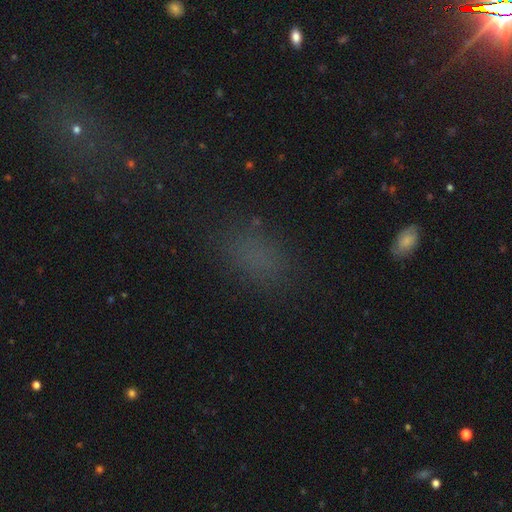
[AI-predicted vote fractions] Smooth or featured: smooth — 63% (star or artifact — 29%)
How rounded: in between — 80% (round — 15%)
Merging: none — 77% (minor disturbance — 13%)